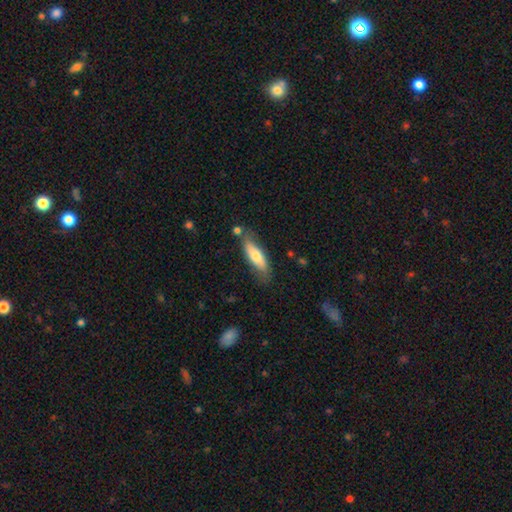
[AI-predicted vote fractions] Smooth or featured? Predicted: smooth (p=0.66). How rounded? Predicted: in between (p=0.50). Merging? Predicted: none (p=0.70).